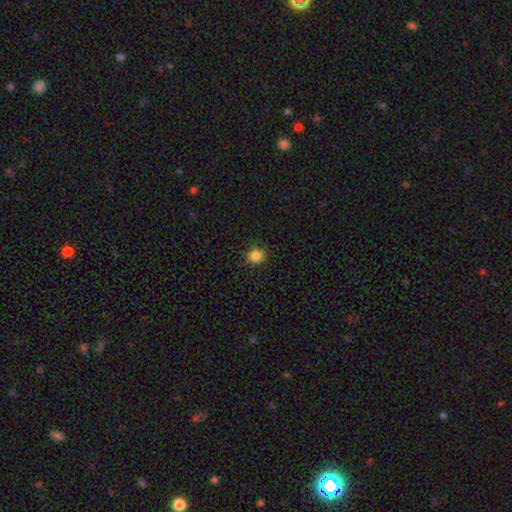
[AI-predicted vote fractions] Overall: smooth (85%). How rounded: round (82%). Merging: none (89%).